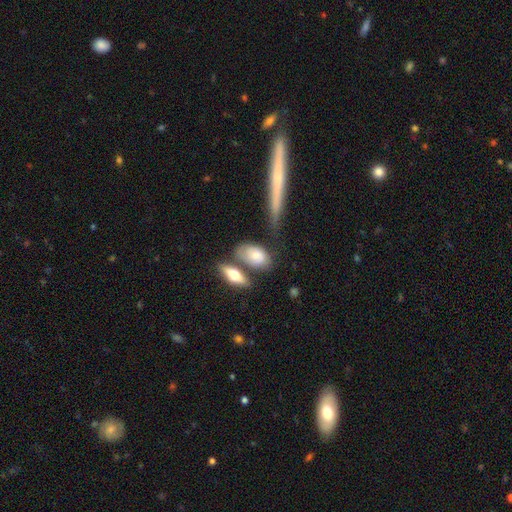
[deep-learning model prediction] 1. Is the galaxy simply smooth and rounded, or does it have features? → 73% smooth, 21% featured or disk, 6% star or artifact.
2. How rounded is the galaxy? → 84% in between, 9% cigar-shaped, 6% round.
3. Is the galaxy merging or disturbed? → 48% none, 22% merger, 20% minor disturbance, 9% major disturbance.